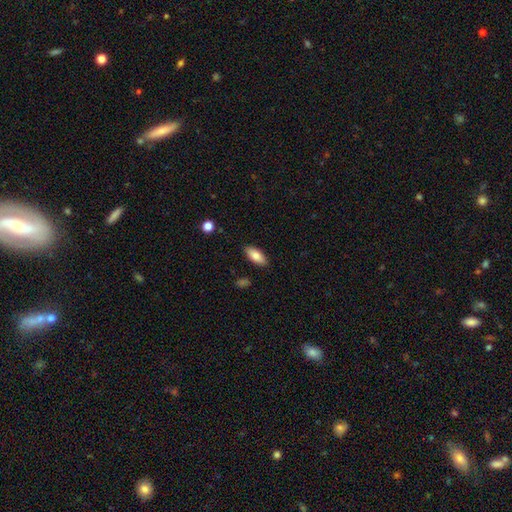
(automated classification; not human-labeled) Morphology: type=smooth (82%); roundness=in between (85%); merging=none (87%).